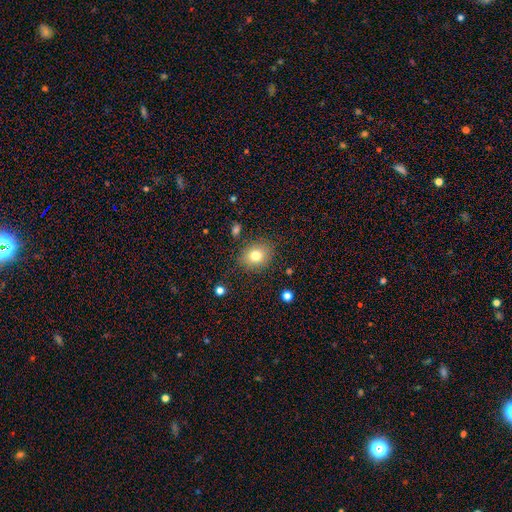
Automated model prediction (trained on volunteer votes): A smooth galaxy with no disk features (77%) that is round (57%).

Vote fractions:
- Smooth or featured? smooth: 77% / featured or disk: 11% / star or artifact: 11%
- How rounded? round: 57% / in between: 42% / cigar-shaped: 1%
- Merging? none: 84% / minor disturbance: 11% / major disturbance: 3% / merger: 2%